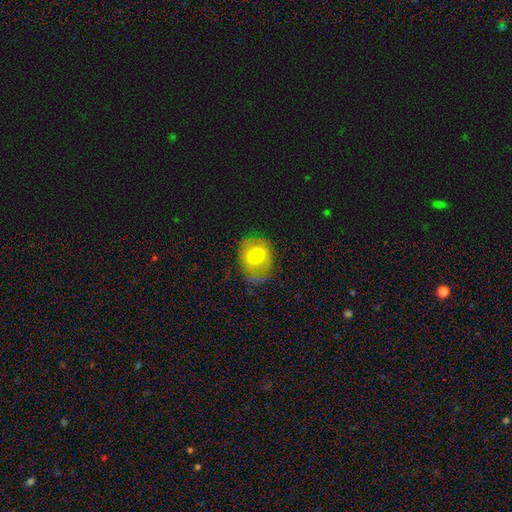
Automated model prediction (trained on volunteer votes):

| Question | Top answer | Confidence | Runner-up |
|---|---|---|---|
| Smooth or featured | smooth | 65% | featured or disk (27%) |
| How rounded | round | 63% | in between (36%) |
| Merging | none | 60% | minor disturbance (25%) |